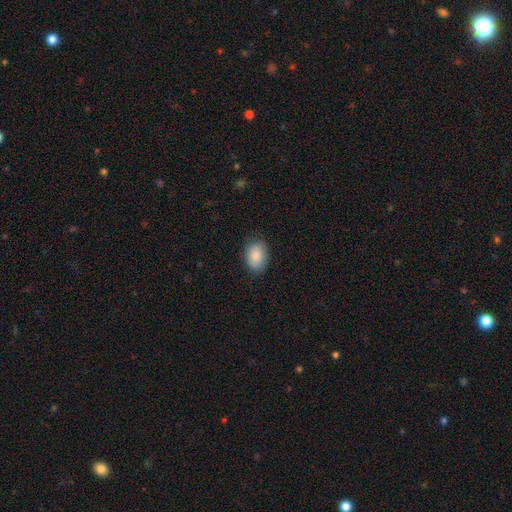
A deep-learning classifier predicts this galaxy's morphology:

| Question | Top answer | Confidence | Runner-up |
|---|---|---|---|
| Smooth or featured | smooth | 85% | featured or disk (8%) |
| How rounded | in between | 80% | round (19%) |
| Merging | none | 83% | minor disturbance (13%) |